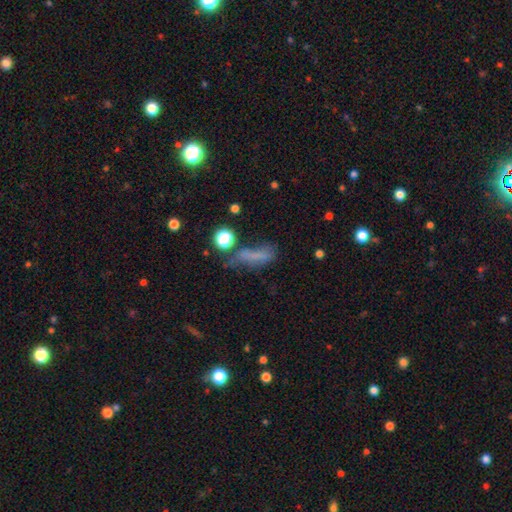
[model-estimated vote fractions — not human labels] Q: Smooth or featured?
A: smooth (62%); runner-up: featured or disk (19%)
Q: How rounded?
A: cigar-shaped (50%); runner-up: in between (41%)
Q: Merging?
A: none (39%); runner-up: major disturbance (26%)